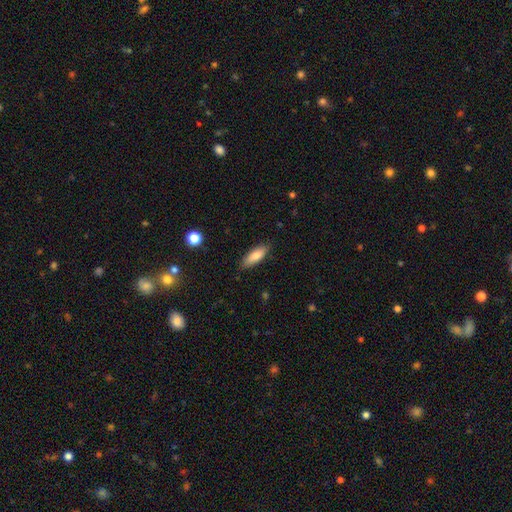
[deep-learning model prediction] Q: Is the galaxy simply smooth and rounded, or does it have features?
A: smooth — 81%.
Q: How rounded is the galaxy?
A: in between — 64%.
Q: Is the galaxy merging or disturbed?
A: none — 83%.